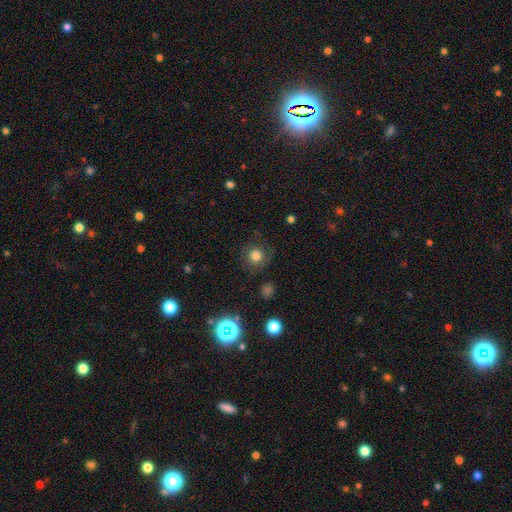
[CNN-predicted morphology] A smooth galaxy with no disk features (70%) that is round (91%).

Vote fractions:
- Smooth or featured? smooth: 70% / featured or disk: 15% / star or artifact: 15%
- How rounded? round: 91% / in between: 8% / cigar-shaped: 1%
- Merging? none: 77% / minor disturbance: 13% / major disturbance: 8% / merger: 2%